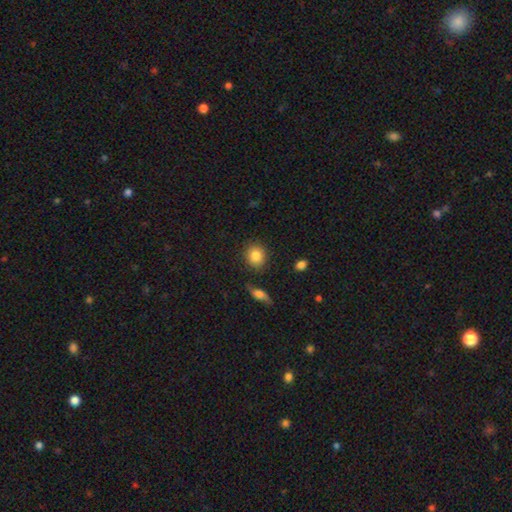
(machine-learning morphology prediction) Overall: smooth (86%). How rounded: round (77%). Merging: none (85%).